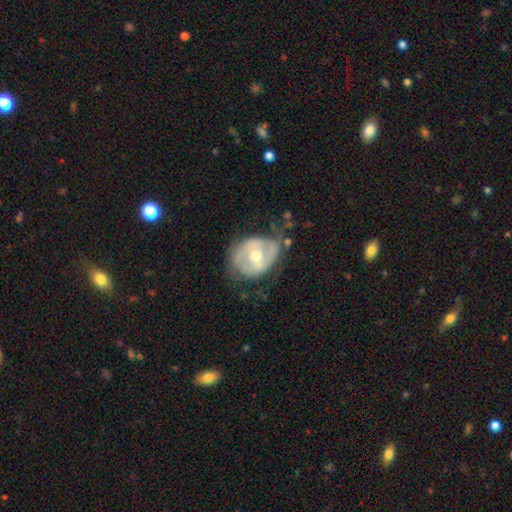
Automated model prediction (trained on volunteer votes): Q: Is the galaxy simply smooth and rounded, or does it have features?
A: featured or disk — 68%.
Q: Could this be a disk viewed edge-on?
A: no — 96%.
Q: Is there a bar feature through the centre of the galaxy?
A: no — 41%, tied with weak.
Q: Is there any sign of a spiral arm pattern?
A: yes — 55%.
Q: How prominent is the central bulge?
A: moderate — 71%.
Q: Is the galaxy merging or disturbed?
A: none — 50%.